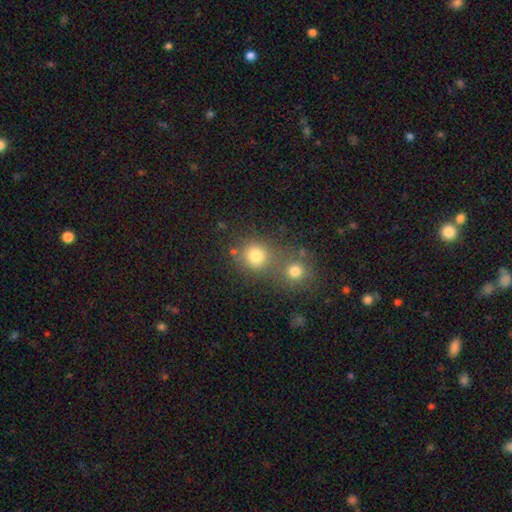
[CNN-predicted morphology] smooth 78%, star or artifact 14%, featured or disk 8%. Down the decision tree: how rounded — round (86%); merging — none (51%).